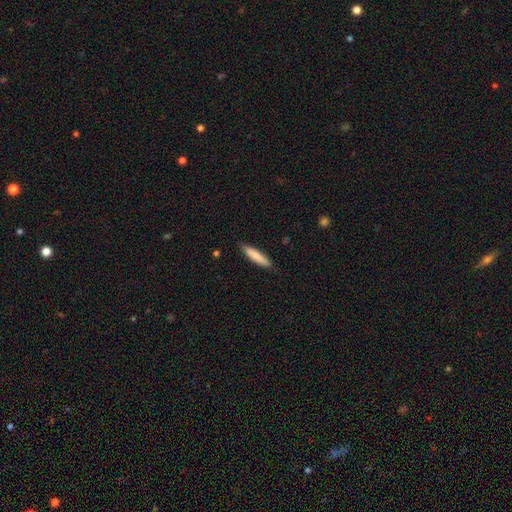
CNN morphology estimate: smooth_or_featured: smooth (p=0.83) [alt: featured or disk p=0.12]
how_rounded: cigar-shaped (p=0.84) [alt: in between p=0.15]
merging: none (p=0.87) [alt: minor disturbance p=0.10]